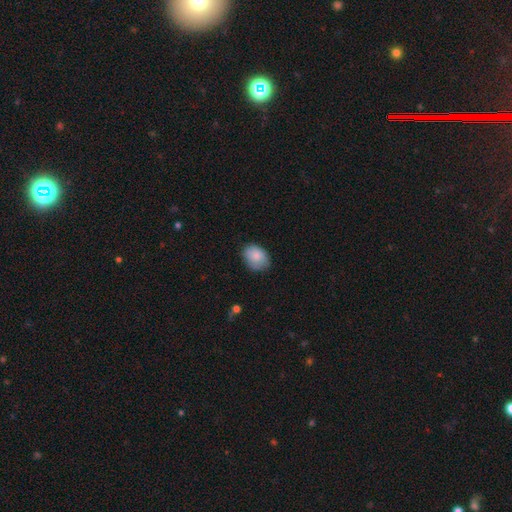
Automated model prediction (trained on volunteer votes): smooth-or-featured: smooth: 86% | featured or disk: 7% | star or artifact: 7%
  how-rounded: in between: 74% | round: 25% | cigar-shaped: 1%
  merging: none: 74% | minor disturbance: 21% | major disturbance: 4% | merger: 1%